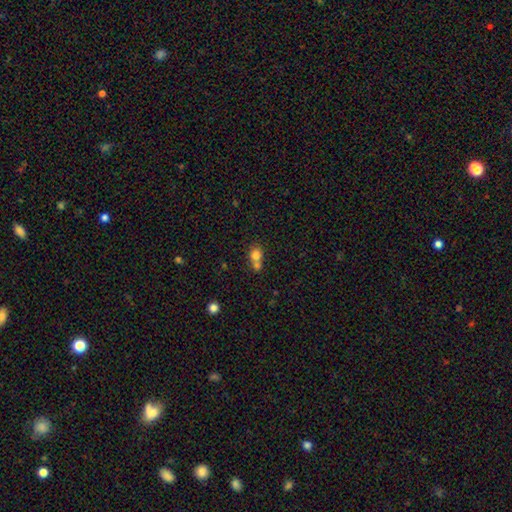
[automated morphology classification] Smooth or featured: smooth — 78% (featured or disk — 11%)
How rounded: round — 69% (in between — 30%)
Merging: merger — 56% (none — 34%)